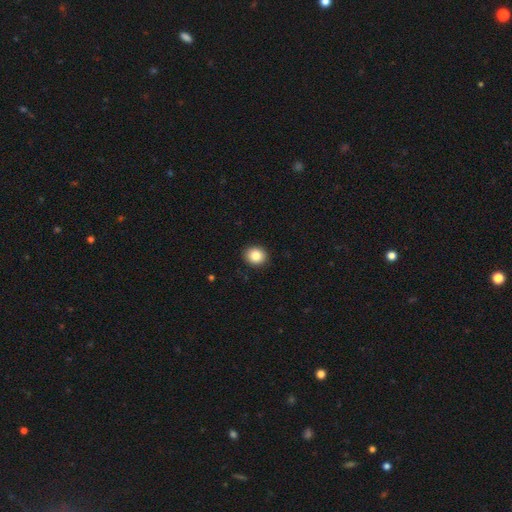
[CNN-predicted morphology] A smooth galaxy with no disk features (85%) that is round (77%).

Vote fractions:
- Smooth or featured? smooth: 85% / star or artifact: 9% / featured or disk: 5%
- How rounded? round: 77% / in between: 22% / cigar-shaped: 1%
- Merging? none: 91% / minor disturbance: 6% / major disturbance: 2% / merger: 1%